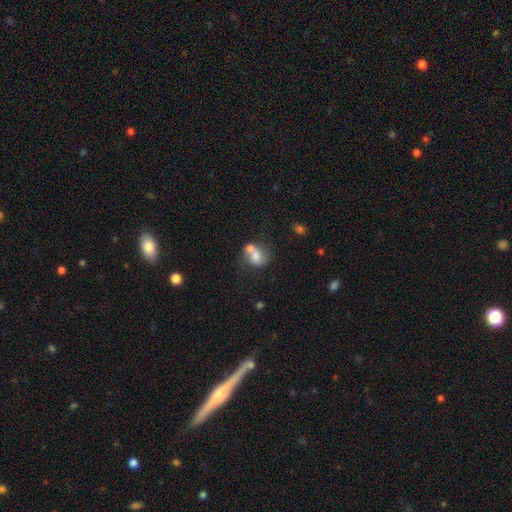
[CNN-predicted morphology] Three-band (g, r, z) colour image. It shows a smooth galaxy with no disk features (66%) that is round (53%). Merging: merger (54%).